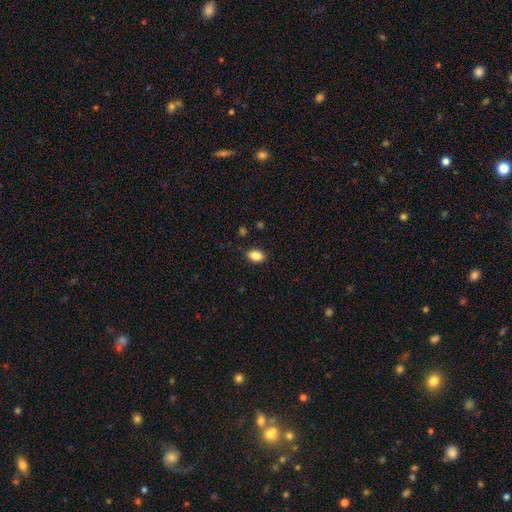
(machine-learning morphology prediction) Smooth or featured? Predicted: smooth (p=0.86). How rounded? Predicted: in between (p=0.87). Merging? Predicted: none (p=0.87).